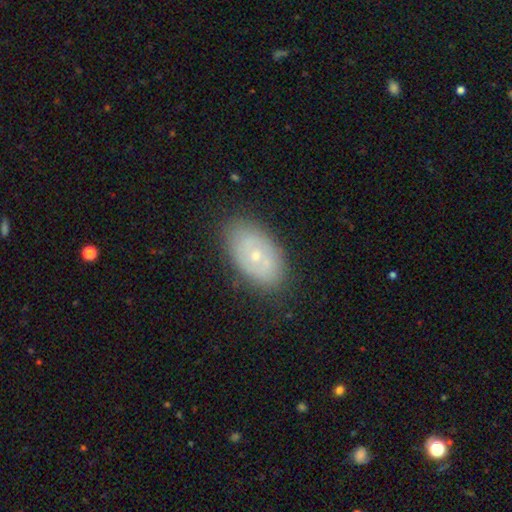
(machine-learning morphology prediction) smooth-or-featured: featured or disk: 52% | smooth: 41% | star or artifact: 8%
  disk-edge-on: no: 92% | yes: 8%
  merging: none: 81% | minor disturbance: 14% | major disturbance: 4% | merger: 1%